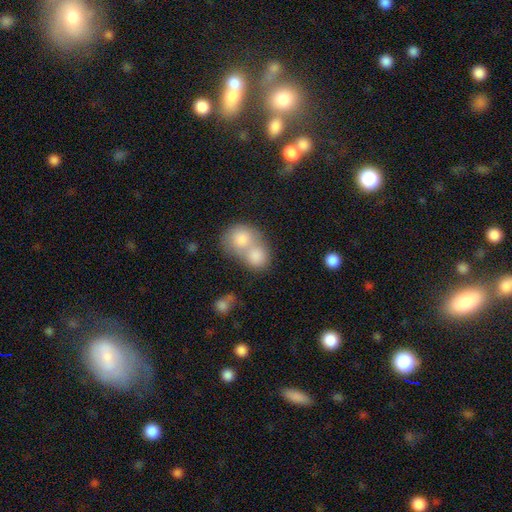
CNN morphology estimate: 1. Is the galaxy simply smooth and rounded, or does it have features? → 80% smooth, 13% featured or disk, 7% star or artifact.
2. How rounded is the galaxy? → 62% round, 37% in between, 1% cigar-shaped.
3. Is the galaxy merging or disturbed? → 71% merger, 20% none, 6% minor disturbance, 3% major disturbance.